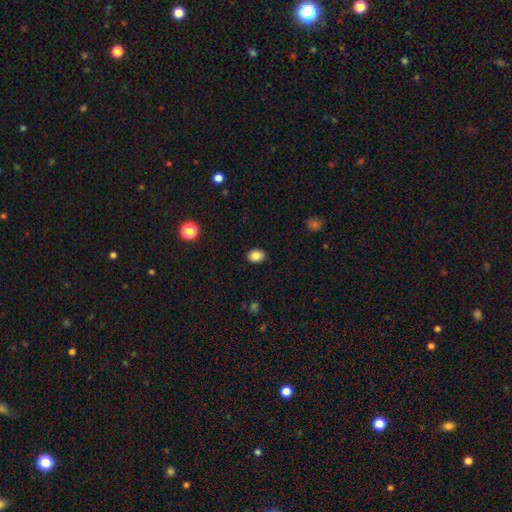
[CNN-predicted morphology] A smooth galaxy with no disk features (86%) that is in between round and cigar-shaped (63%).

Vote fractions:
- Smooth or featured? smooth: 86% / star or artifact: 9% / featured or disk: 5%
- How rounded? in between: 63% / round: 36% / cigar-shaped: 1%
- Merging? none: 89% / minor disturbance: 8% / major disturbance: 2% / merger: 1%